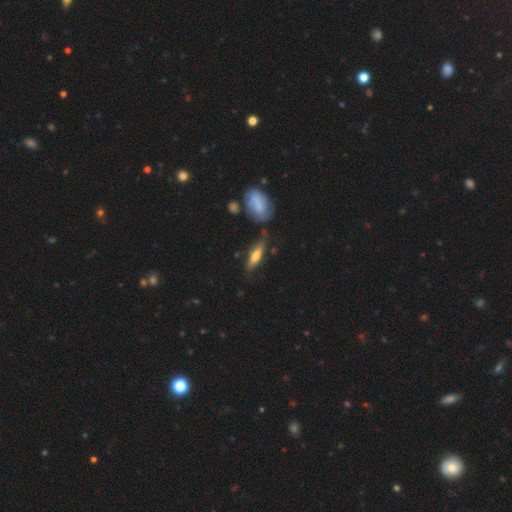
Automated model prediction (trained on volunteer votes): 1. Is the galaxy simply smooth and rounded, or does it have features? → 48% smooth, 45% featured or disk, 7% star or artifact.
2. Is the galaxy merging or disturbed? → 76% none, 15% minor disturbance, 6% merger, 4% major disturbance.